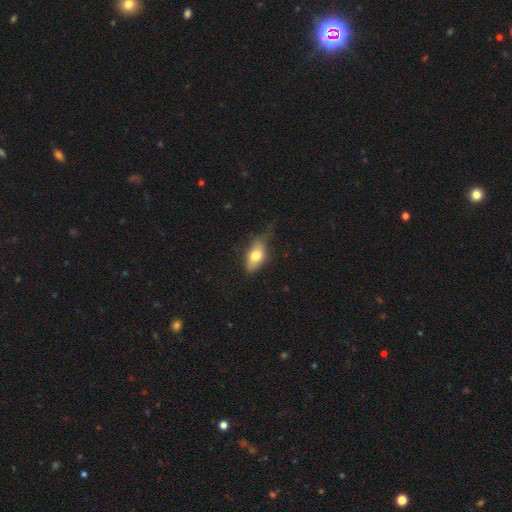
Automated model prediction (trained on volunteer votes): smooth_or_featured: smooth (p=0.73) [alt: featured or disk p=0.20]
how_rounded: in between (p=0.87) [alt: cigar-shaped p=0.08]
merging: none (p=0.47) [alt: minor disturbance p=0.36]